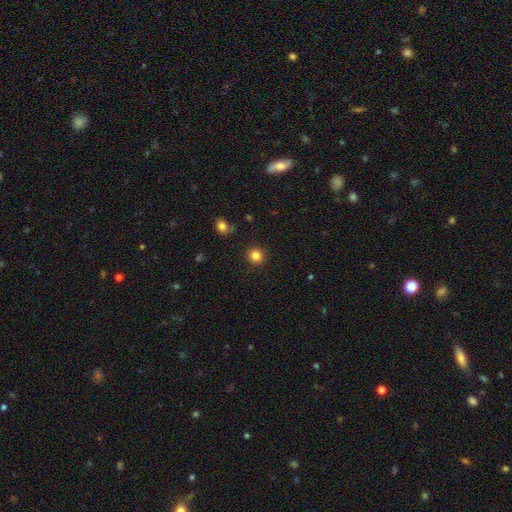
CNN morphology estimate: A smooth galaxy with no disk features (84%) that is round (93%).

Vote fractions:
- Smooth or featured? smooth: 84% / star or artifact: 12% / featured or disk: 5%
- How rounded? round: 93% / in between: 6% / cigar-shaped: 1%
- Merging? none: 91% / minor disturbance: 6% / major disturbance: 2% / merger: 1%